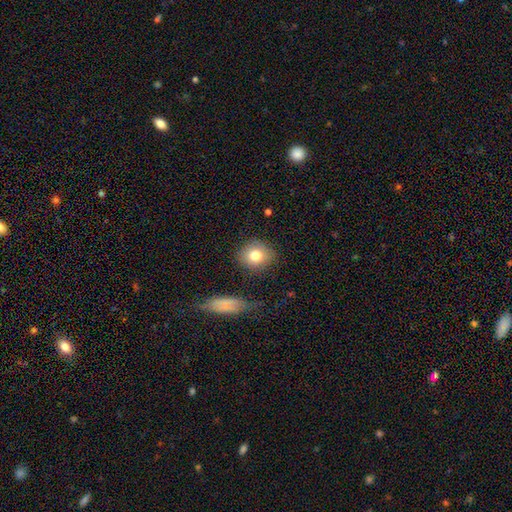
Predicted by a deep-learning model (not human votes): Smooth or featured? Predicted: smooth (p=0.79). How rounded? Predicted: round (p=0.77). Merging? Predicted: none (p=0.81).